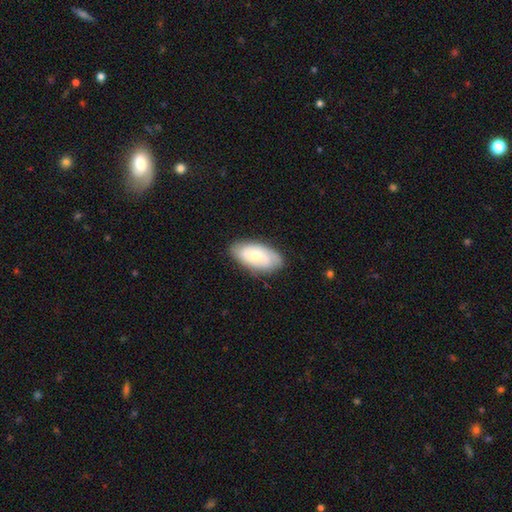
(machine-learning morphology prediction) Smooth or featured?
  - smooth: 47% *
  - featured or disk: 46%
  - star or artifact: 6%
Merging?
  - none: 79% *
  - minor disturbance: 17%
  - major disturbance: 4%
  - merger: 1%